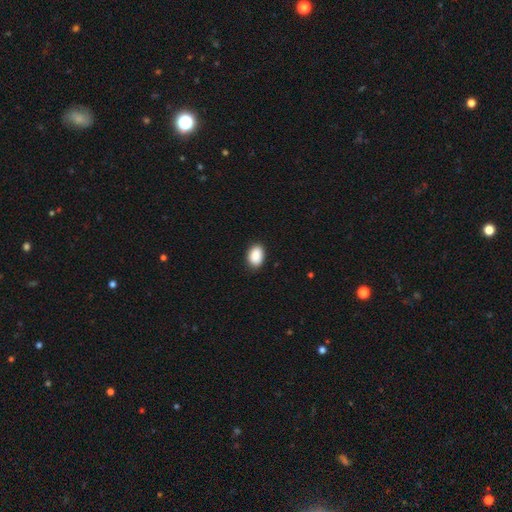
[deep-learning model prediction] Smooth or featured? smooth (90%)
How rounded? in between (87%)
Merging? none (88%)